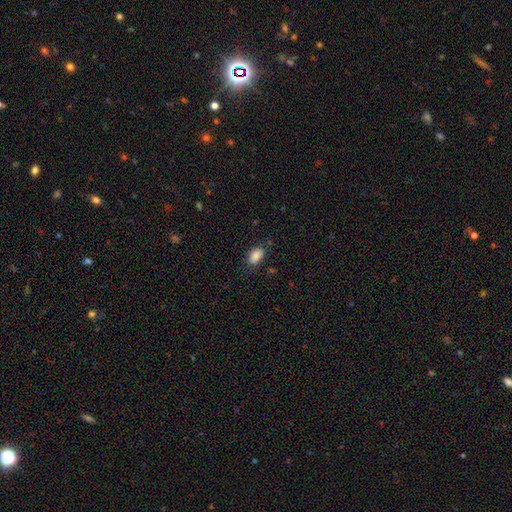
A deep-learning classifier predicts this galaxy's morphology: The model was most divided on "merging": none: 78%, minor disturbance: 16%, major disturbance: 4%, merger: 2%. More confident: how rounded — in between (92%); smooth or featured — smooth (88%).